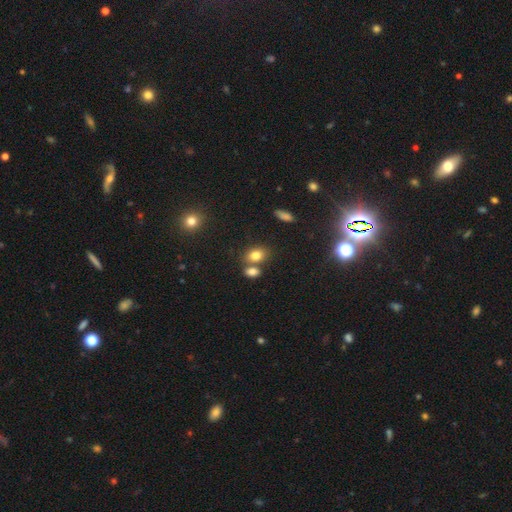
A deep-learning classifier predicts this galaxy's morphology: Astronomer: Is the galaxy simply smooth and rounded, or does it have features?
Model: smooth — 79%.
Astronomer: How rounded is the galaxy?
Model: in between — 72%.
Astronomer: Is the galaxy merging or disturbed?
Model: none — 53% (runner-up: merger, 33%).